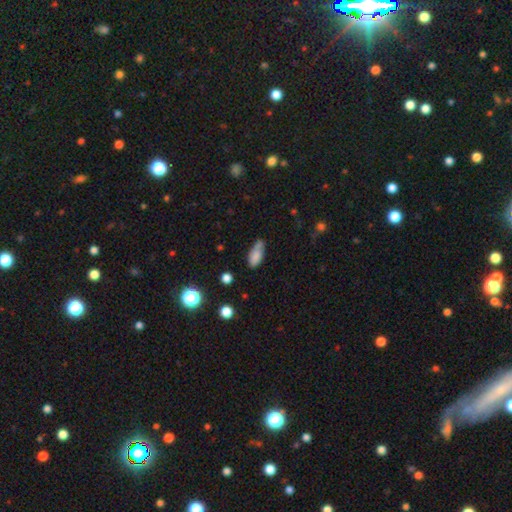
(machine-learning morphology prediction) smooth_or_featured: smooth (p=0.80) [alt: featured or disk p=0.11]
how_rounded: in between (p=0.82) [alt: cigar-shaped p=0.15]
merging: none (p=0.52) [alt: minor disturbance p=0.33]